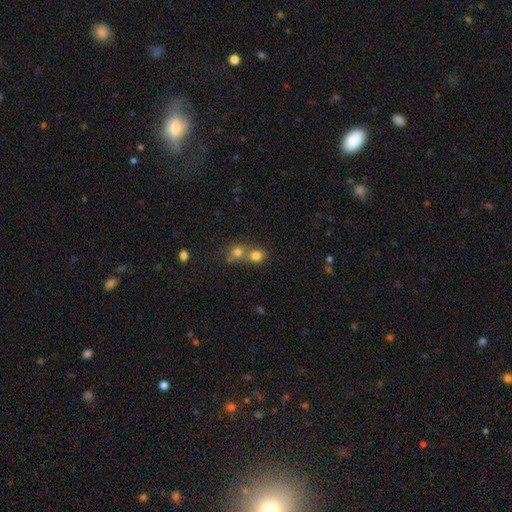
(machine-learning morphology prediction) Smooth or featured?
  - smooth: 77% *
  - star or artifact: 14%
  - featured or disk: 9%
How rounded?
  - round: 81% *
  - in between: 18%
  - cigar-shaped: 1%
Merging?
  - merger: 46% *
  - none: 45%
  - minor disturbance: 6%
  - major disturbance: 3%